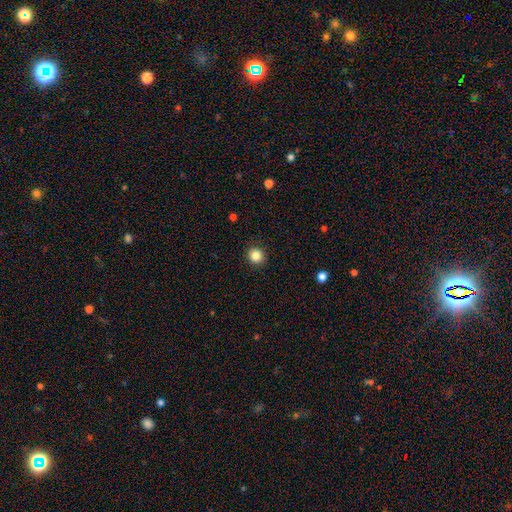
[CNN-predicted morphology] Smooth or featured: smooth — 85% (star or artifact — 11%)
How rounded: round — 91% (in between — 8%)
Merging: none — 92% (minor disturbance — 5%)